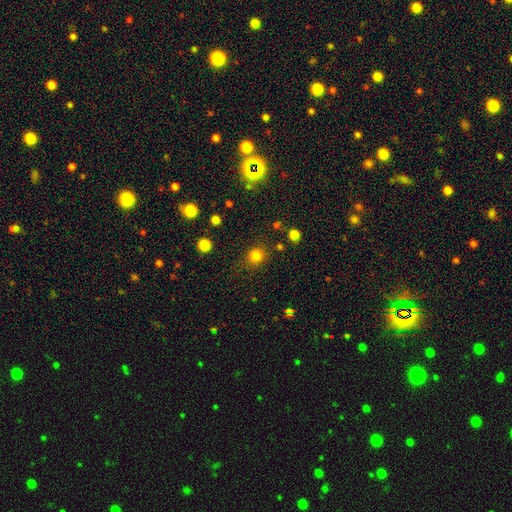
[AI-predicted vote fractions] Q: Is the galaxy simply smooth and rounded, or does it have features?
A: smooth — 81%.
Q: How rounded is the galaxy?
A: round — 86%.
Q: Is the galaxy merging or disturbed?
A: none — 82%.